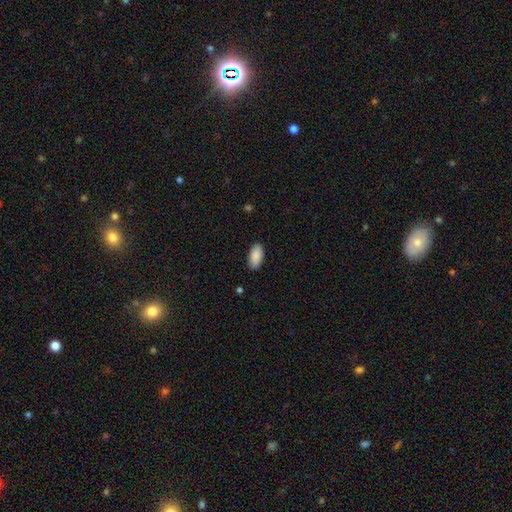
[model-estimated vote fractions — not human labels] Smooth or featured: smooth — 90% (star or artifact — 6%)
How rounded: in between — 94% (cigar-shaped — 4%)
Merging: none — 88% (minor disturbance — 9%)